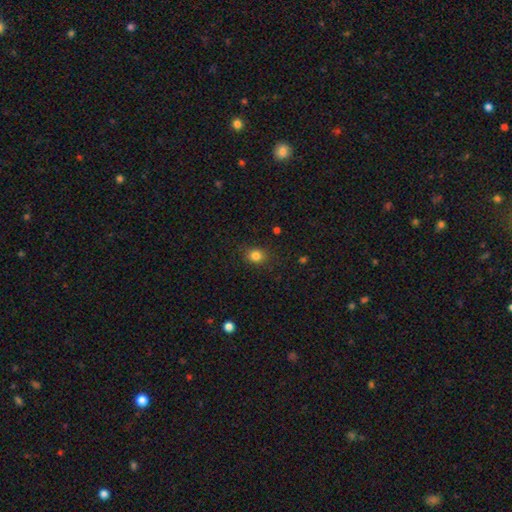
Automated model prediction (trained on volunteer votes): Smooth or featured? Predicted: smooth (p=0.83). How rounded? Predicted: round (p=0.62). Merging? Predicted: none (p=0.86).